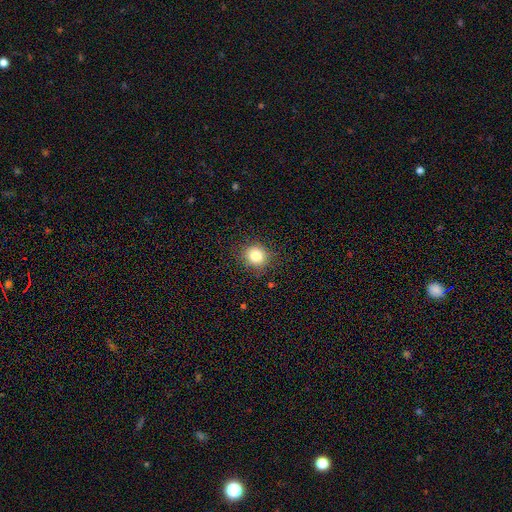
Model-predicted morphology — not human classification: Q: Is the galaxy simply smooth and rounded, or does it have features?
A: smooth — 82%.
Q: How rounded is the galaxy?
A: round — 86%.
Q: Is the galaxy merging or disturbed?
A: none — 87%.